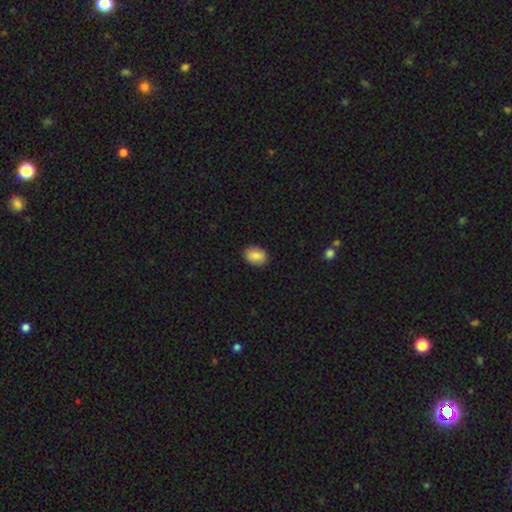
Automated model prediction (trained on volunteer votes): Smooth or featured? Predicted: smooth (p=0.87). How rounded? Predicted: in between (p=0.75). Merging? Predicted: none (p=0.89).